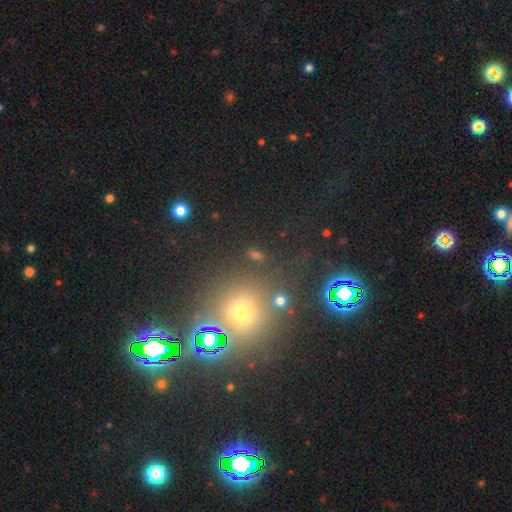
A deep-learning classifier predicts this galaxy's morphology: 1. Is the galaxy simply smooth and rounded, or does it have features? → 46% star or artifact, 44% smooth, 10% featured or disk.